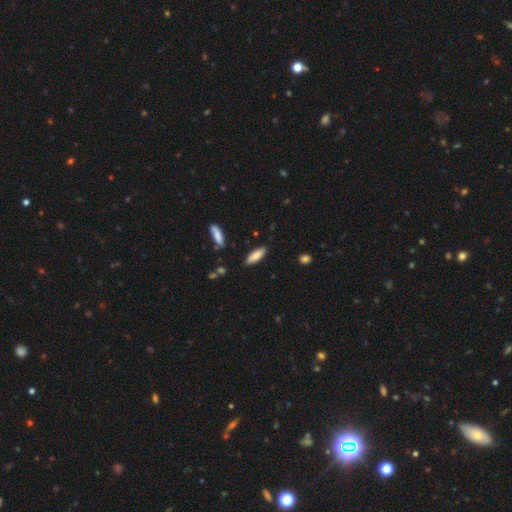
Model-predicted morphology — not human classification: Smooth or featured?
  - smooth: 85% *
  - featured or disk: 8%
  - star or artifact: 6%
How rounded?
  - in between: 56% *
  - cigar-shaped: 42%
  - round: 1%
Merging?
  - none: 85% *
  - minor disturbance: 11%
  - major disturbance: 2%
  - merger: 2%